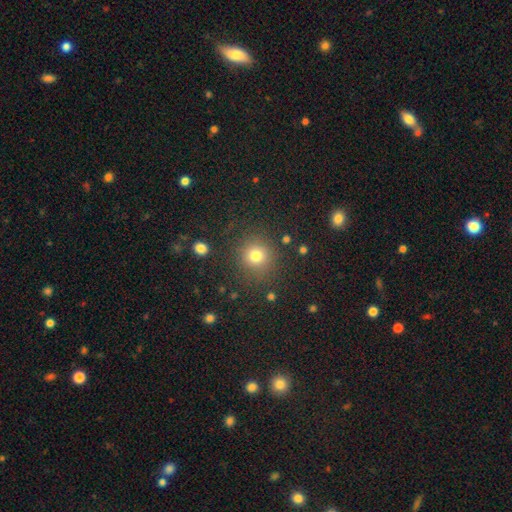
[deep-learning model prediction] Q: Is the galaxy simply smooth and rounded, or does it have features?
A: smooth — 77%.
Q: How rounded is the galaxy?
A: round — 92%.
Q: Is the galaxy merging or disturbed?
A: none — 85%.